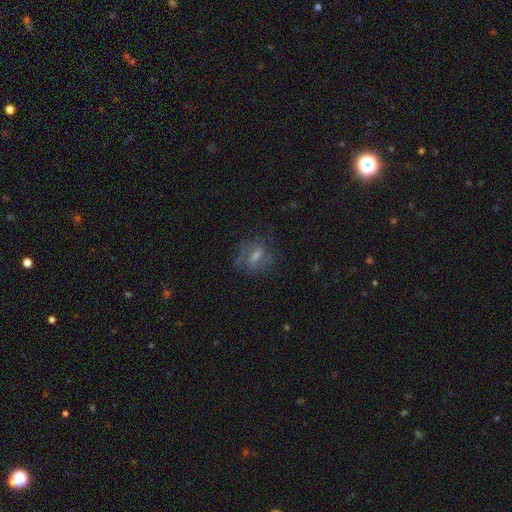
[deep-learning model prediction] Smooth or featured: featured or disk — 51% (smooth — 30%)
Edge-on disk: no — 90% (yes — 10%)
Merging: none — 67% (minor disturbance — 18%)